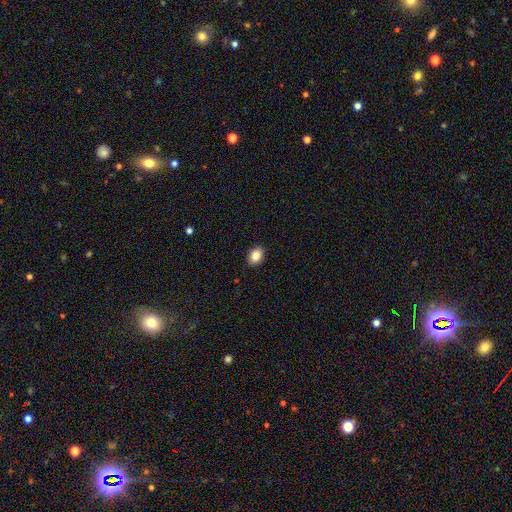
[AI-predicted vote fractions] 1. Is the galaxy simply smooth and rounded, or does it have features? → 87% smooth, 9% star or artifact, 5% featured or disk.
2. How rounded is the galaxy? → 70% in between, 29% round, 1% cigar-shaped.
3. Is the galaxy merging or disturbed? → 90% none, 7% minor disturbance, 2% major disturbance, 1% merger.